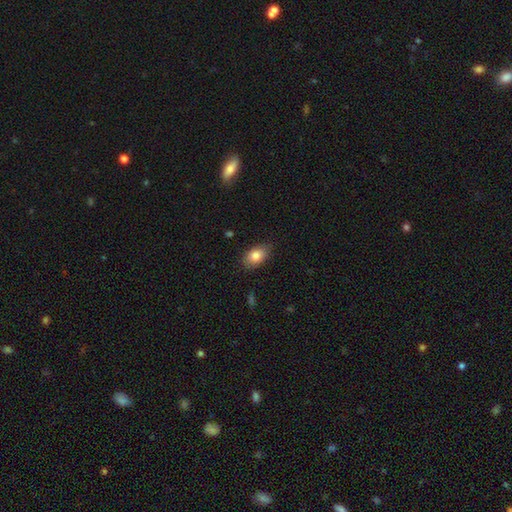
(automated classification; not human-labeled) Smooth or featured: smooth — 83% (featured or disk — 10%)
How rounded: in between — 87% (round — 11%)
Merging: none — 81% (minor disturbance — 15%)